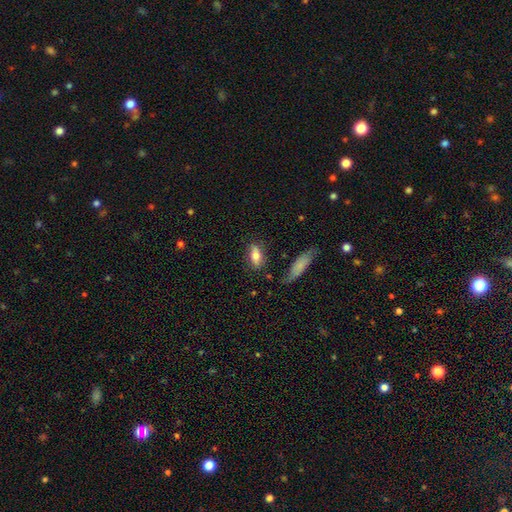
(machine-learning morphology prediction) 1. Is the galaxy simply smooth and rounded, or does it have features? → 69% smooth, 24% featured or disk, 8% star or artifact.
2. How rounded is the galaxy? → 82% in between, 13% cigar-shaped, 5% round.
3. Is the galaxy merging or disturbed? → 70% none, 20% minor disturbance, 6% major disturbance, 4% merger.